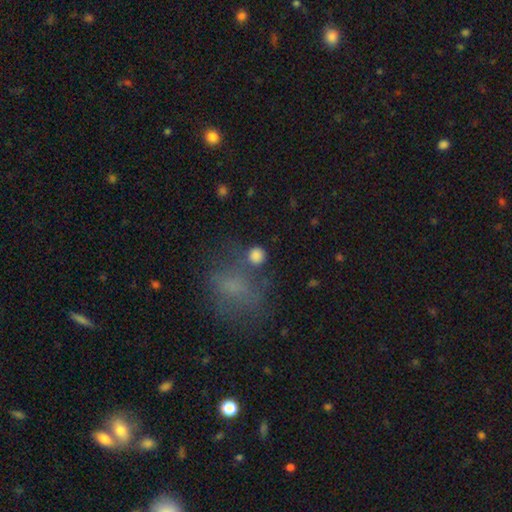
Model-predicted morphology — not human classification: smooth 81%, star or artifact 13%, featured or disk 6%. Down the decision tree: how rounded — round (91%); merging — none (70%).